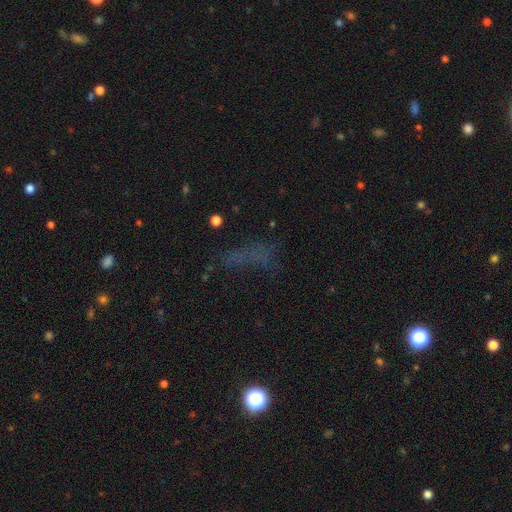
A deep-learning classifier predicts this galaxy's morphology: smooth_or_featured: star or artifact (p=0.42) [alt: smooth p=0.38]